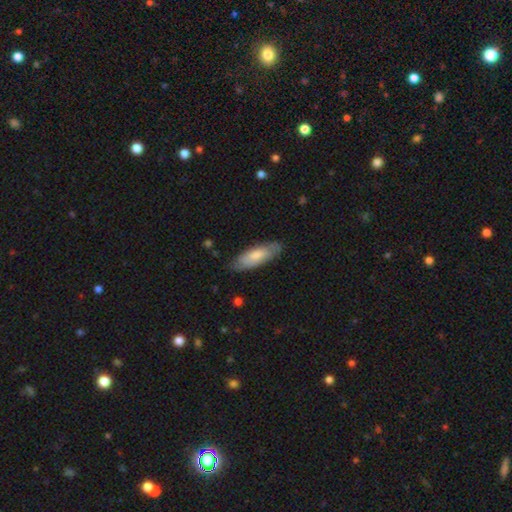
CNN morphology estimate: Smooth or featured?
  - smooth: 70% *
  - featured or disk: 25%
  - star or artifact: 5%
How rounded?
  - in between: 61% *
  - cigar-shaped: 38%
  - round: 2%
Merging?
  - none: 80% *
  - minor disturbance: 16%
  - major disturbance: 3%
  - merger: 1%